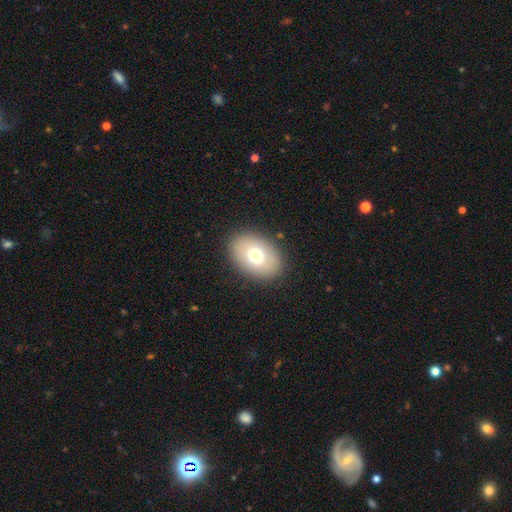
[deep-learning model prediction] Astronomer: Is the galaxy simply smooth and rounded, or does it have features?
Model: smooth — 72%.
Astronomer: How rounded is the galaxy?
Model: in between — 80%.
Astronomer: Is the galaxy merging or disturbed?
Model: none — 88%.